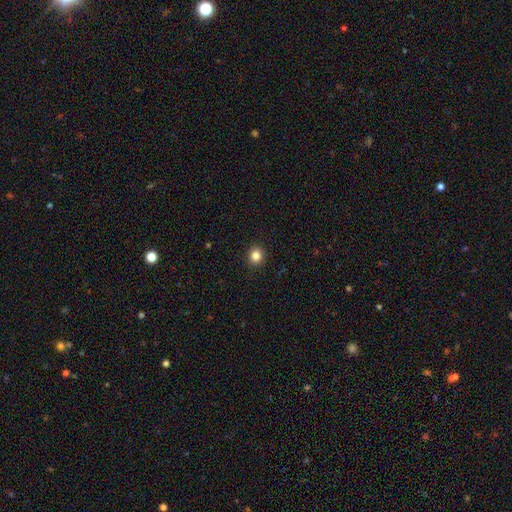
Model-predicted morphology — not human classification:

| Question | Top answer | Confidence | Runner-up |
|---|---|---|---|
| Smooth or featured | smooth | 84% | star or artifact (11%) |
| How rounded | round | 83% | in between (16%) |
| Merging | none | 92% | minor disturbance (5%) |